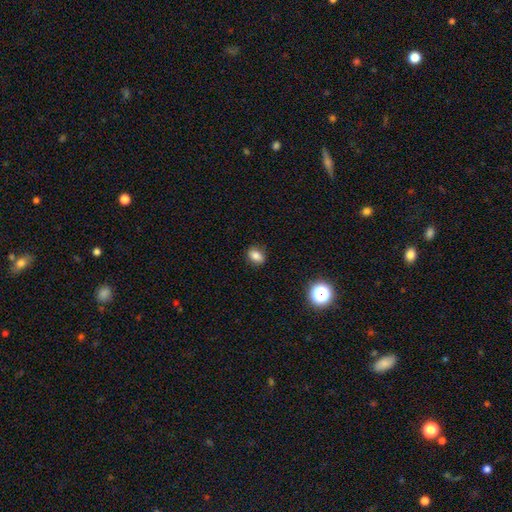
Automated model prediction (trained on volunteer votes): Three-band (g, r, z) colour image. It shows a smooth galaxy with no disk features (80%) that is in between round and cigar-shaped (69%). Merging: none (84%).